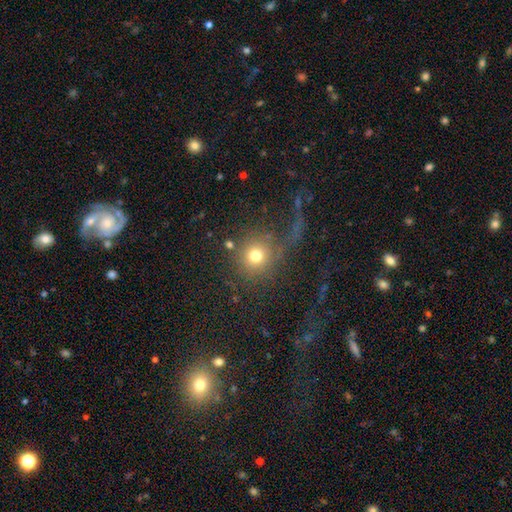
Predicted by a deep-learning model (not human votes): A smooth galaxy with no disk features (69%) that is round (91%).

Vote fractions:
- Smooth or featured? smooth: 69% / star or artifact: 16% / featured or disk: 15%
- How rounded? round: 91% / in between: 8% / cigar-shaped: 1%
- Merging? none: 50% / major disturbance: 29% / minor disturbance: 12% / merger: 9%